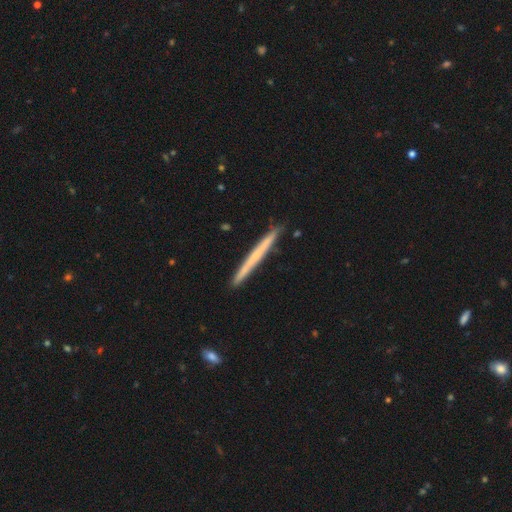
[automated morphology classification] A featured or disk galaxy (51%) viewed edge-on (97%).

Vote fractions:
- Smooth or featured? featured or disk: 51% / smooth: 44% / star or artifact: 6%
- Edge-on disk? yes: 97% / no: 3%
- Merging? none: 91% / minor disturbance: 7% / merger: 1% / major disturbance: 1%